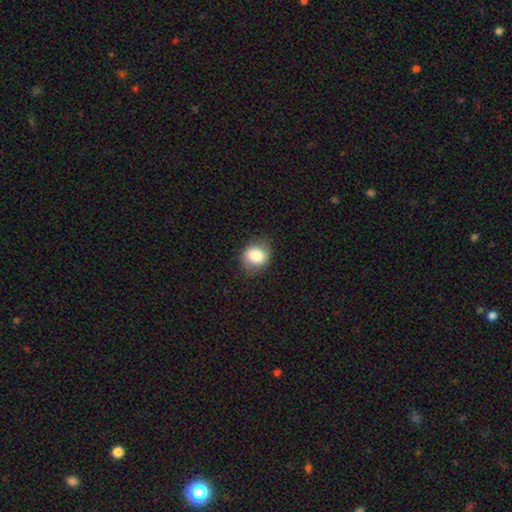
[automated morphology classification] Smooth or featured? smooth (82%)
How rounded? round (65%)
Merging? none (80%)